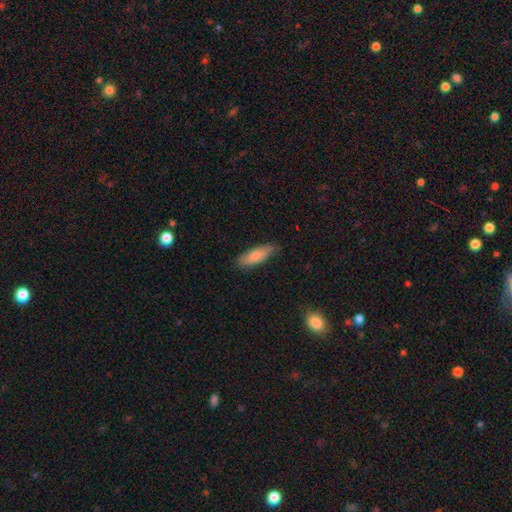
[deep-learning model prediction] This is clearly a smooth galaxy (81%). How rounded: likely in between (65%). Merging: likely none (78%).